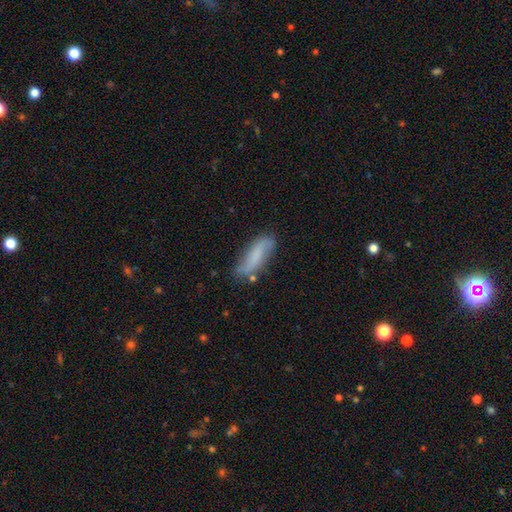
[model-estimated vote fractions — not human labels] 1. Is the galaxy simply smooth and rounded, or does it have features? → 48% smooth, 44% featured or disk, 8% star or artifact.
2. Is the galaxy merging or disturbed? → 66% none, 23% minor disturbance, 6% major disturbance, 4% merger.